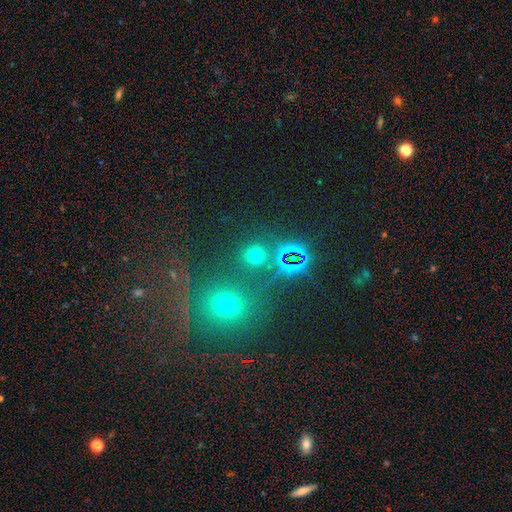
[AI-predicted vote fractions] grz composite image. It shows a smooth galaxy with no disk features (58%) that is round (90%). Merging: none (82%).